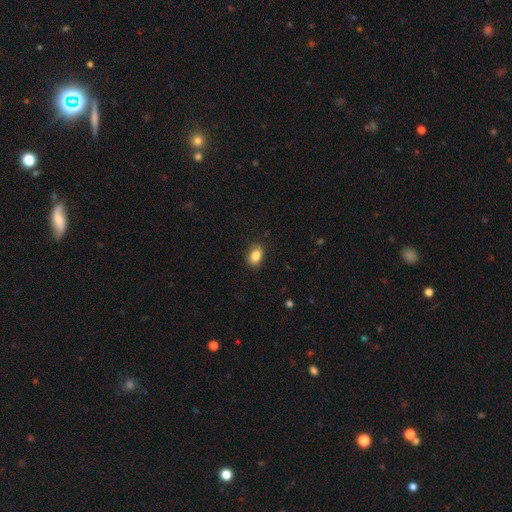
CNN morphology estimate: Smooth or featured?
  - smooth: 86% *
  - star or artifact: 8%
  - featured or disk: 6%
How rounded?
  - in between: 81% *
  - round: 18%
  - cigar-shaped: 1%
Merging?
  - none: 87% *
  - minor disturbance: 10%
  - major disturbance: 2%
  - merger: 1%